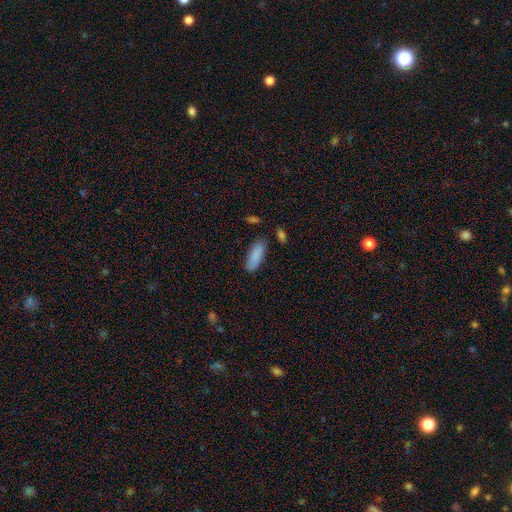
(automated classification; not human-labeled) smooth-or-featured: smooth: 88% | star or artifact: 6% | featured or disk: 6%
  how-rounded: in between: 69% | cigar-shaped: 29% | round: 2%
  merging: none: 80% | minor disturbance: 14% | merger: 3% | major disturbance: 3%